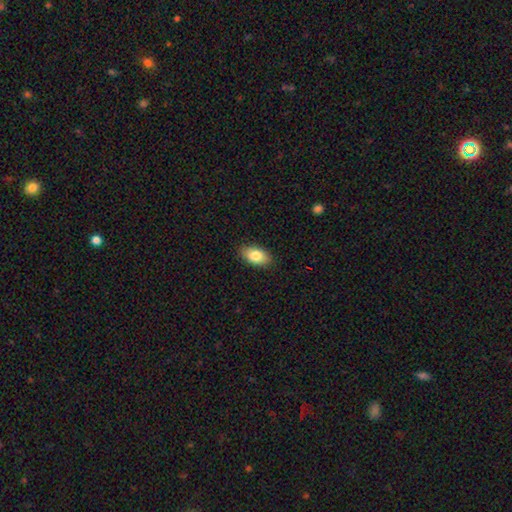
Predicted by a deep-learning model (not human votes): This is clearly a smooth galaxy (85%). How rounded: clearly in between (93%). Merging: clearly none (88%).